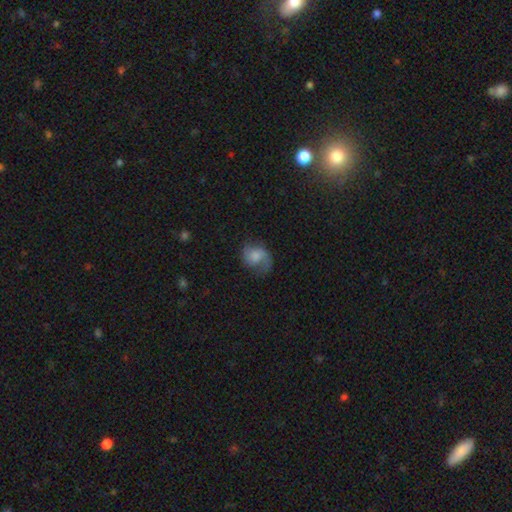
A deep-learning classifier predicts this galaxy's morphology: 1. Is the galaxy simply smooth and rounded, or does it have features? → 48% featured or disk, 43% smooth, 9% star or artifact.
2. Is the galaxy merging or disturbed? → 52% none, 25% minor disturbance, 21% major disturbance, 2% merger.